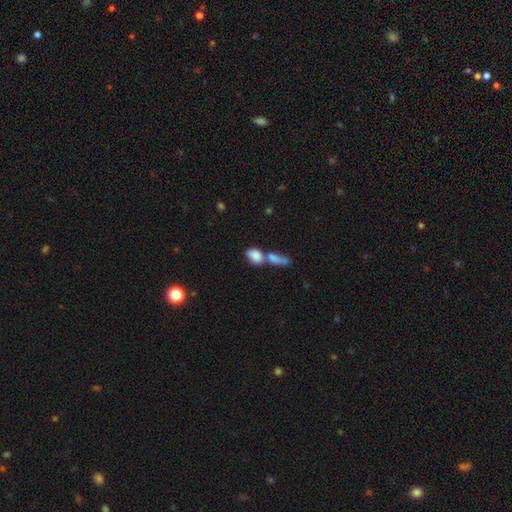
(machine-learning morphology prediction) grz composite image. It shows a smooth galaxy with no disk features (81%) that is in between round and cigar-shaped (75%). Merging: merger (67%).